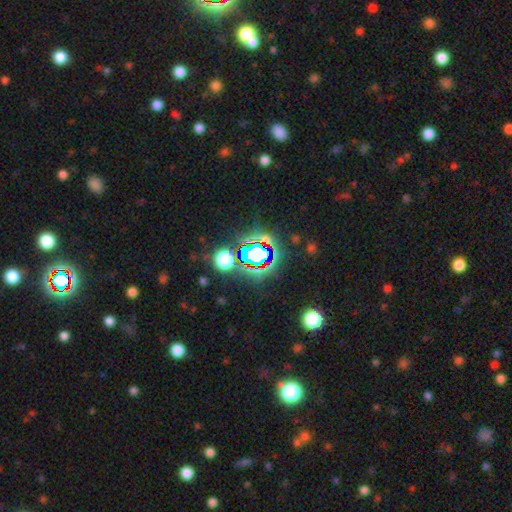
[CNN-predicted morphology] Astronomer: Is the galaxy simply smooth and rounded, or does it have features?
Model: star or artifact — 76%.